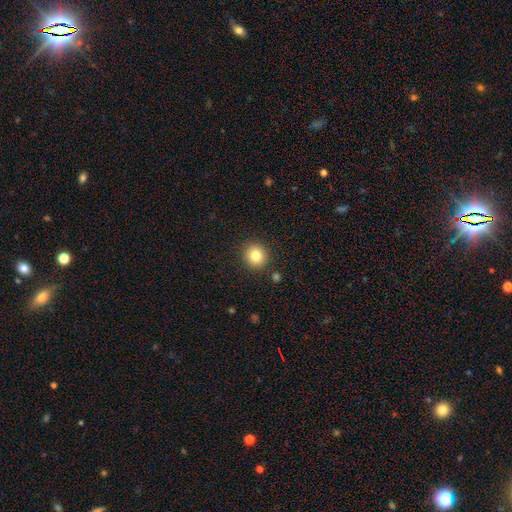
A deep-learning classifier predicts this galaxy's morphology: smooth 82%, star or artifact 11%, featured or disk 7%. Down the decision tree: how rounded — round (90%); merging — none (89%).